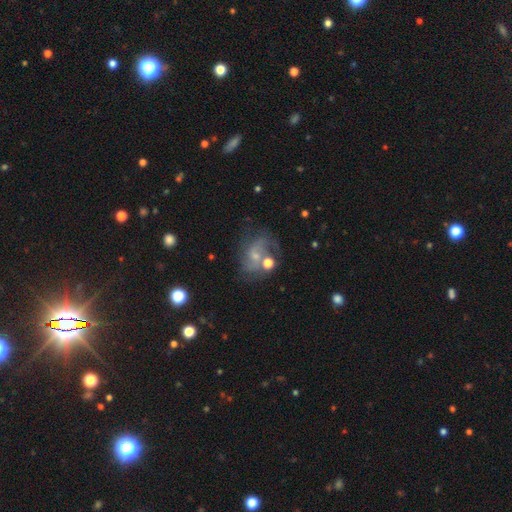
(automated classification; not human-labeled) featured or disk 66%, smooth 21%, star or artifact 14%. Down the decision tree: edge-on disk — no (97%); bar — no (62%); spiral arms — yes (84%); spiral arm count — 2 (52%); spiral winding — medium (42%); bulge size — small (60%); merging — none (47%).